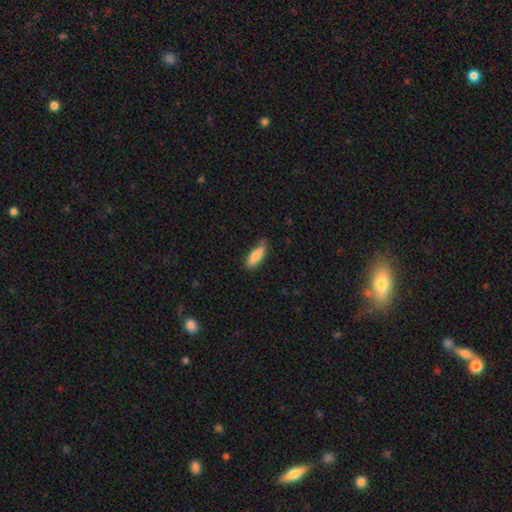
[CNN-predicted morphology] A smooth galaxy with no disk features (84%) that is in between round and cigar-shaped (61%). Merging: none (70%).